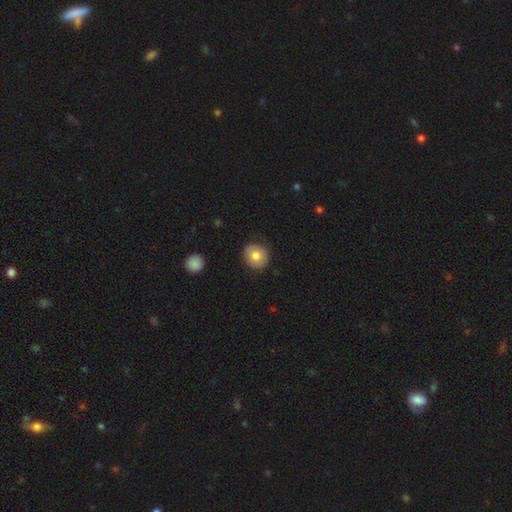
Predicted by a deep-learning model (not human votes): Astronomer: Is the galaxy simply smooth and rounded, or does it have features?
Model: smooth — 78%.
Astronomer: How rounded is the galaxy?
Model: round — 86%.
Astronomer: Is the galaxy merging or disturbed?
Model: none — 88%.